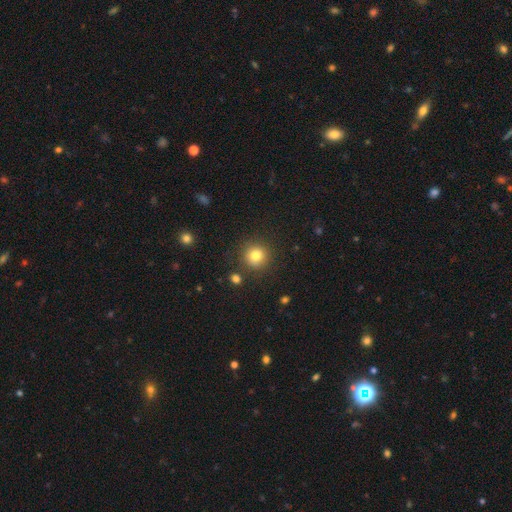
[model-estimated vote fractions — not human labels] Q: Smooth or featured?
A: smooth (81%); runner-up: star or artifact (12%)
Q: How rounded?
A: round (93%); runner-up: in between (6%)
Q: Merging?
A: none (87%); runner-up: minor disturbance (8%)